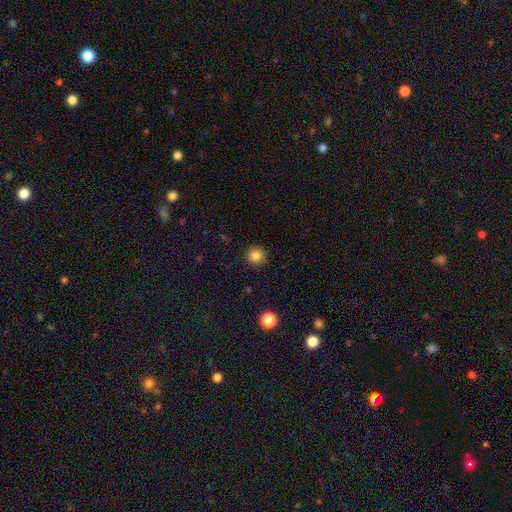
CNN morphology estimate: This appears to be a smooth galaxy with no disk features (84%) that is round (93%). Merging: none (91%).